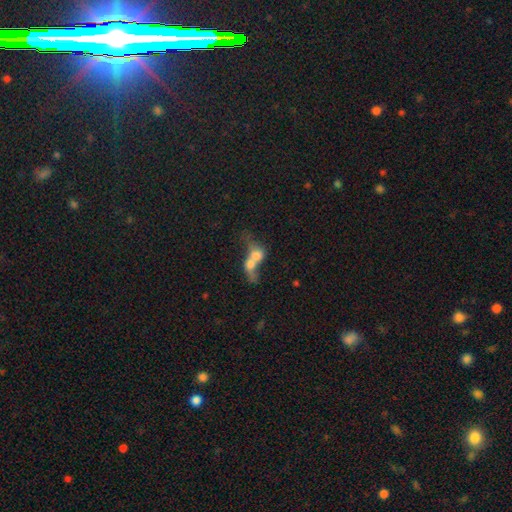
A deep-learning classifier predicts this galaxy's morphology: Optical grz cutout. It shows a smooth galaxy with no disk features (59%) that is in between round and cigar-shaped (52%). Merging: merger (78%).